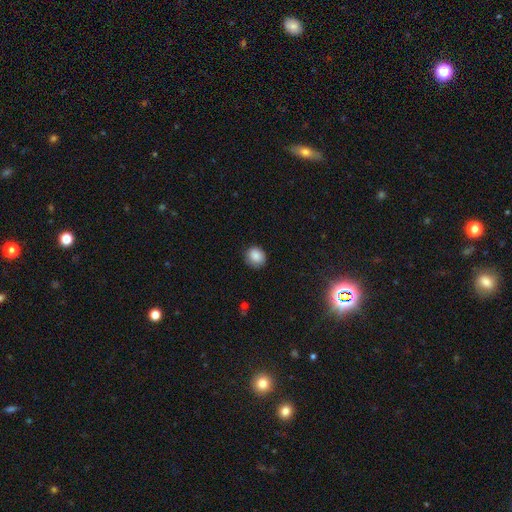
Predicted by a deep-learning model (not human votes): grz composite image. It shows a smooth galaxy with no disk features (86%) that is round (80%). Merging: none (81%).